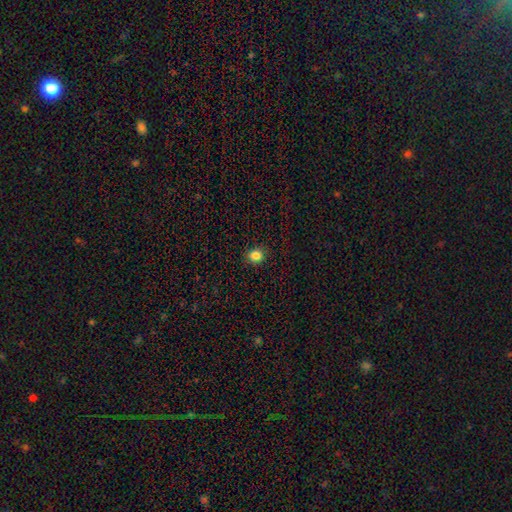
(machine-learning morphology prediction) Smooth or featured: smooth — 84% (star or artifact — 12%)
How rounded: round — 80% (in between — 20%)
Merging: none — 91% (minor disturbance — 6%)